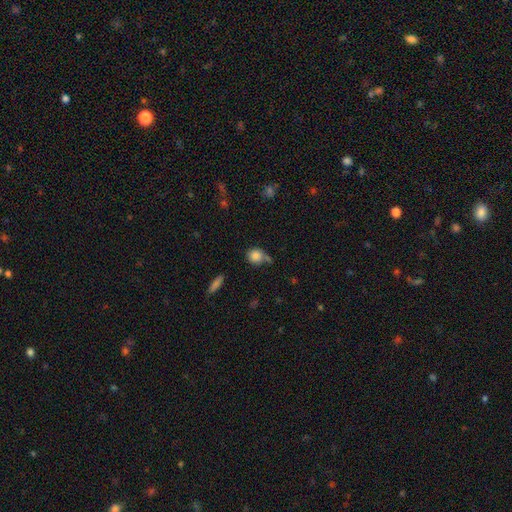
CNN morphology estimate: The model was most divided on "merging": none: 52%, minor disturbance: 22%, merger: 17%, major disturbance: 8%. More confident: smooth or featured — smooth (83%); how rounded — round (81%).